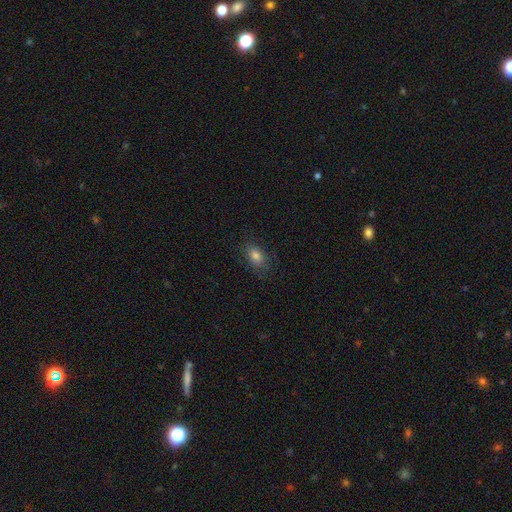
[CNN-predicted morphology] This appears to be a smooth galaxy with no disk features (80%) that is in between round and cigar-shaped (81%). Merging: none (82%).